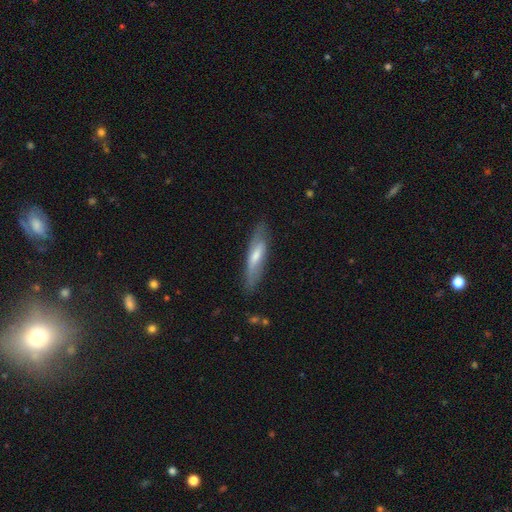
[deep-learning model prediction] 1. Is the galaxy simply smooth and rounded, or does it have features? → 47% smooth (tied), 47% featured or disk (tied), 6% star or artifact.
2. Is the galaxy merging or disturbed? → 77% none, 17% minor disturbance, 4% major disturbance, 2% merger.